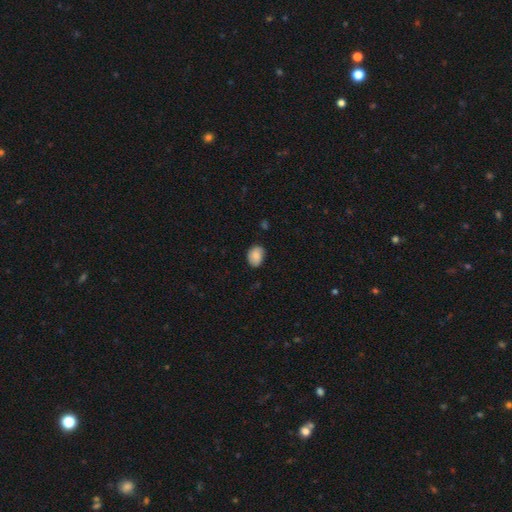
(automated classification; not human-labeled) Smooth or featured? Predicted: smooth (p=0.84). How rounded? Predicted: in between (p=0.69). Merging? Predicted: none (p=0.76).